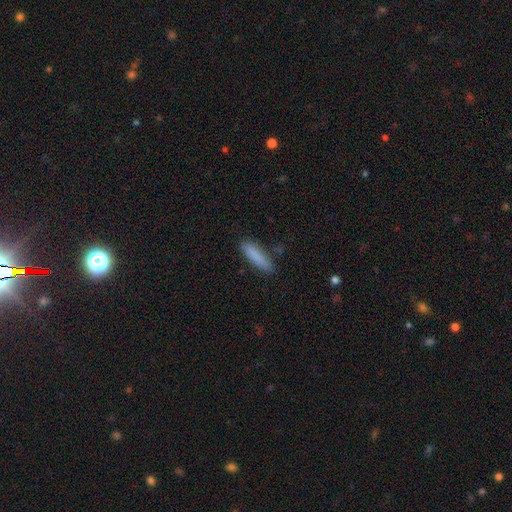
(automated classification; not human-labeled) A smooth galaxy with no disk features (85%) that is cigar-shaped (78%).

Vote fractions:
- Smooth or featured? smooth: 85% / featured or disk: 8% / star or artifact: 7%
- How rounded? cigar-shaped: 78% / in between: 21% / round: 1%
- Merging? none: 84% / minor disturbance: 12% / major disturbance: 2% / merger: 2%